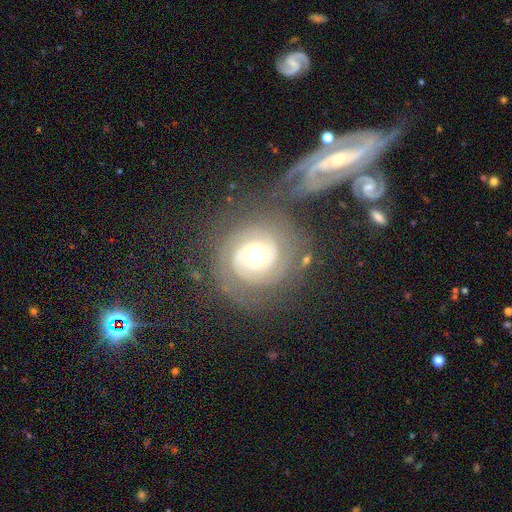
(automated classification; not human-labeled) Smooth or featured: featured or disk — 84% (smooth — 10%)
Edge-on disk: no — 98% (yes — 2%)
Bar: no — 67% (weak — 24%)
Spiral arms: yes — 94% (no — 6%)
Spiral winding: tight — 75% (medium — 20%)
Spiral arm count: 2 — 64% (can't tell — 14%)
Bulge size: moderate — 70% (large — 15%)
Merging: none — 63% (minor disturbance — 14%)